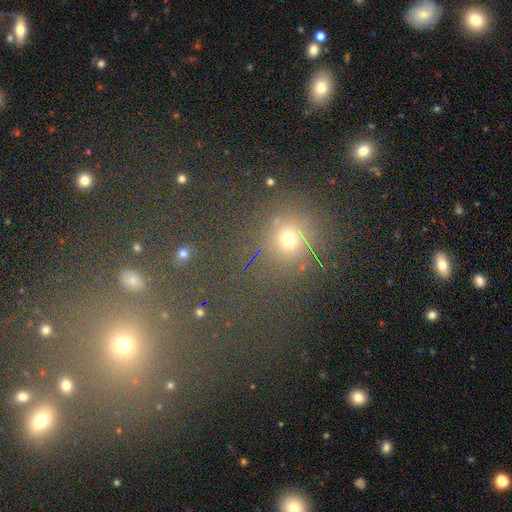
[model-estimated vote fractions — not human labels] Smooth or featured? smooth (54%)
How rounded? round (89%)
Merging? none (79%)